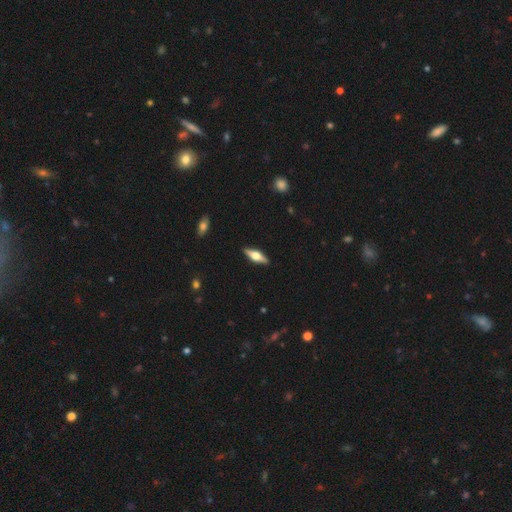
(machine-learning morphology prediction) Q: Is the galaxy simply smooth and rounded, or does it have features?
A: featured or disk — 60%.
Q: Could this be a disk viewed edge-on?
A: yes — 95%.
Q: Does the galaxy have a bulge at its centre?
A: rounded — 93%.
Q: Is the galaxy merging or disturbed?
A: none — 90%.